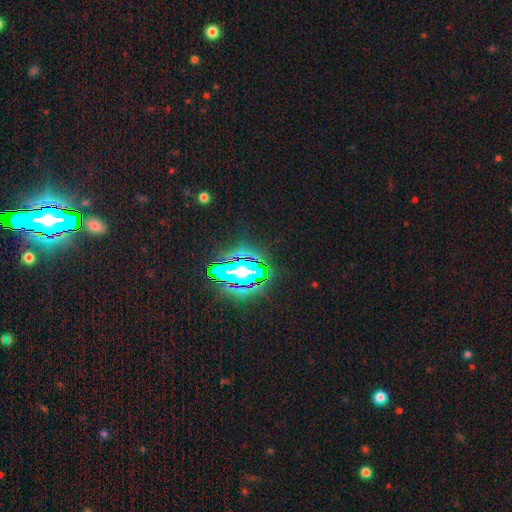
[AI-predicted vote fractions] smooth_or_featured: star or artifact (p=0.62) [alt: smooth p=0.21]